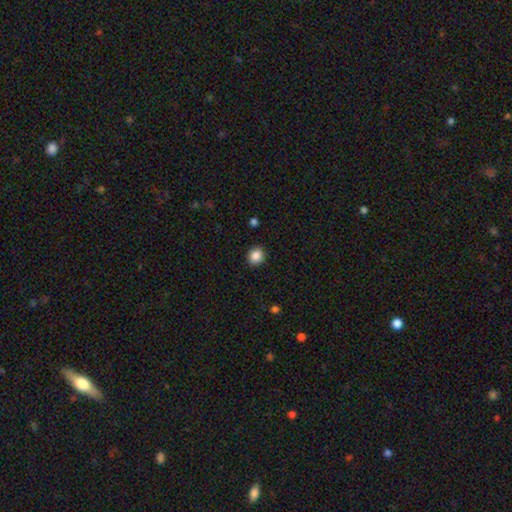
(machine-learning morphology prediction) This is clearly a smooth galaxy (86%). How rounded: clearly round (85%). Merging: clearly none (91%).